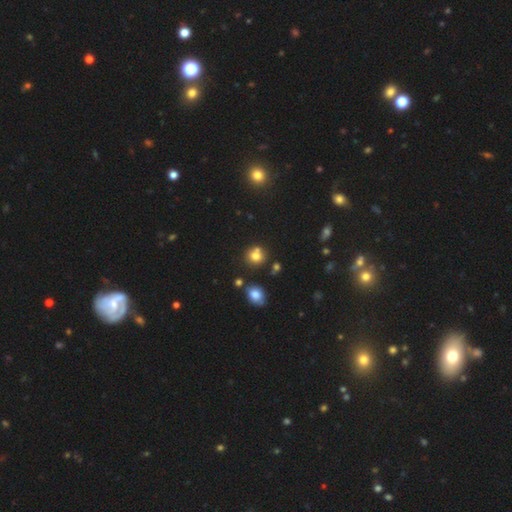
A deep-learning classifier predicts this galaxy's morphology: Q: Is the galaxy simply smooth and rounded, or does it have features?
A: smooth — 74%.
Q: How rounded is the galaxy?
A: round — 84%.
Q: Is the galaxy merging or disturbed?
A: none — 60%.